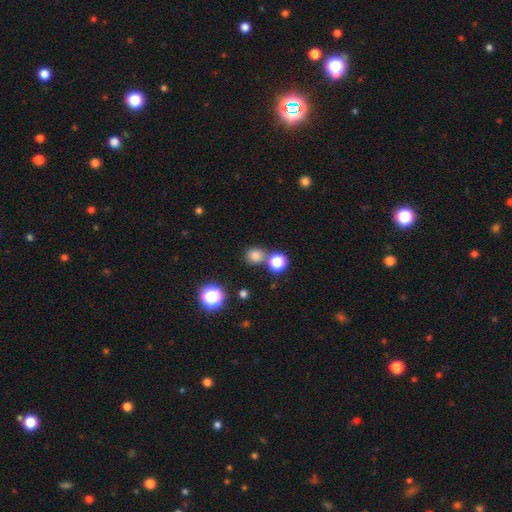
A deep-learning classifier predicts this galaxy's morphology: A smooth galaxy with no disk features (78%) that is round (81%).

Vote fractions:
- Smooth or featured? smooth: 78% / star or artifact: 17% / featured or disk: 5%
- How rounded? round: 81% / in between: 18% / cigar-shaped: 1%
- Merging? none: 66% / merger: 21% / minor disturbance: 9% / major disturbance: 3%